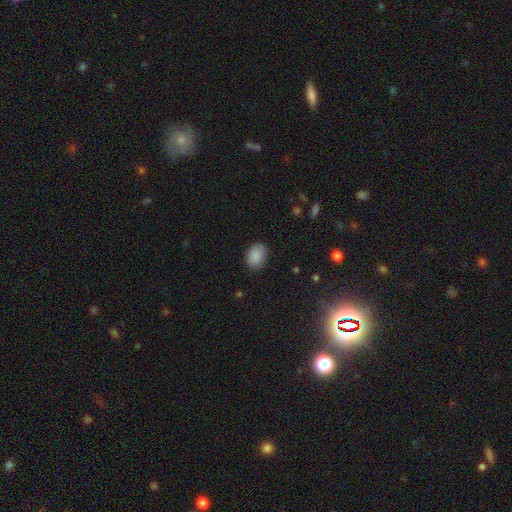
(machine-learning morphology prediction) A smooth galaxy with no disk features (88%) that is in between round and cigar-shaped (74%). Merging: none (84%).